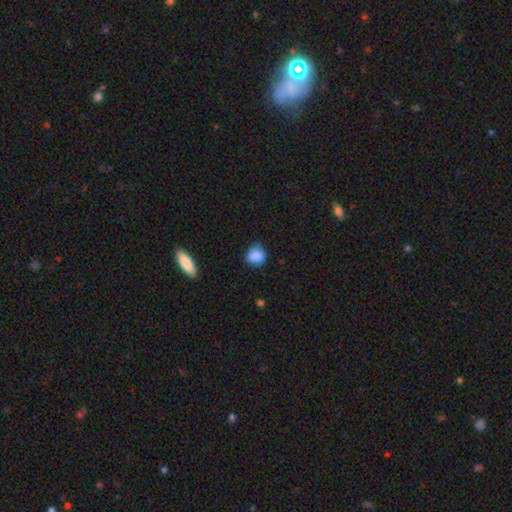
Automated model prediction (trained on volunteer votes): A smooth galaxy with no disk features (86%) that is round (59%).

Vote fractions:
- Smooth or featured? smooth: 86% / star or artifact: 9% / featured or disk: 6%
- How rounded? round: 59% / in between: 40% / cigar-shaped: 2%
- Merging? none: 63% / minor disturbance: 29% / major disturbance: 6% / merger: 2%